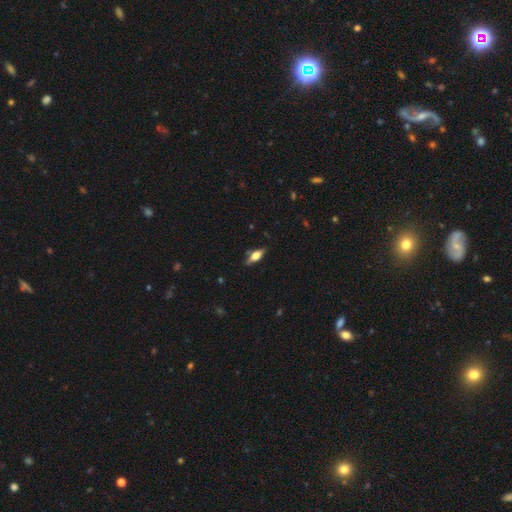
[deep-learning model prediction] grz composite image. It shows a featured or disk galaxy (49%). Merging: none (83%).